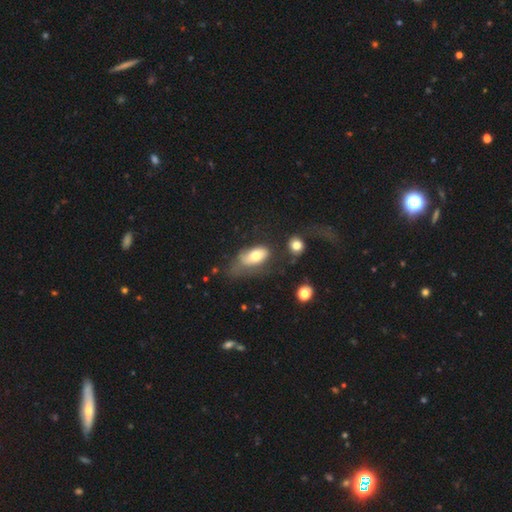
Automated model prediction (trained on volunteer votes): Overall: smooth (67%). How rounded: in between (89%). Merging: major disturbance (36%; minor disturbance 28%).